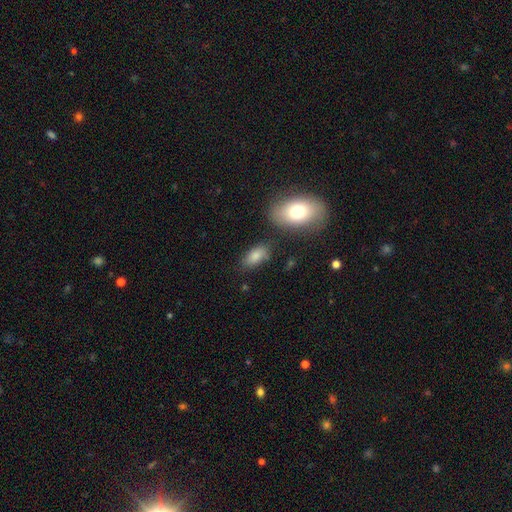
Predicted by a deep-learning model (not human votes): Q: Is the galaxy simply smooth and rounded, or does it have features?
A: smooth — 82%.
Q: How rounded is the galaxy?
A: in between — 91%.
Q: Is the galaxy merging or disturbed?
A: none — 71%.